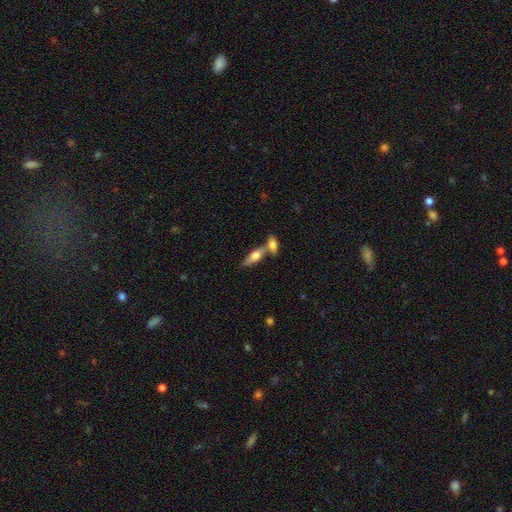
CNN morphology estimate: This is possibly a smooth galaxy (57%). How rounded: possibly in between (58%). Merging: possibly none (47%).